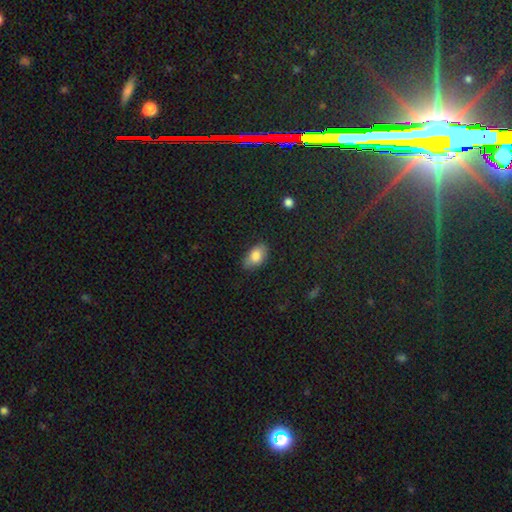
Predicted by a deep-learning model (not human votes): A smooth galaxy with no disk features (81%) that is in between round and cigar-shaped (91%).

Vote fractions:
- Smooth or featured? smooth: 81% / featured or disk: 11% / star or artifact: 8%
- How rounded? in between: 91% / round: 7% / cigar-shaped: 2%
- Merging? none: 75% / minor disturbance: 20% / major disturbance: 4% / merger: 1%